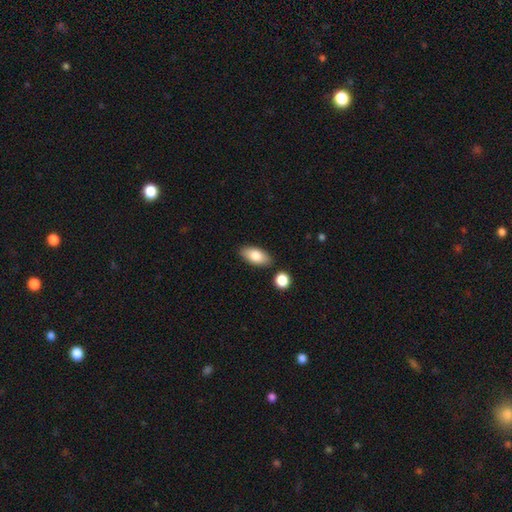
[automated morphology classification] smooth_or_featured: smooth (p=0.83) [alt: featured or disk p=0.11]
how_rounded: in between (p=0.91) [alt: cigar-shaped p=0.06]
merging: none (p=0.83) [alt: minor disturbance p=0.10]